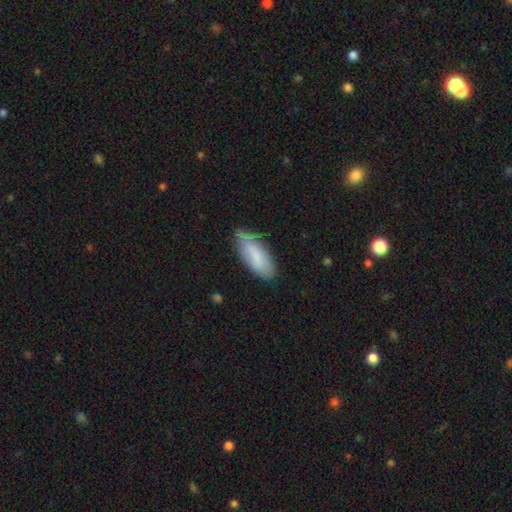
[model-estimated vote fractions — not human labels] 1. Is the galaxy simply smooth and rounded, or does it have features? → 80% smooth, 14% featured or disk, 6% star or artifact.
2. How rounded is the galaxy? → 79% in between, 19% cigar-shaped, 2% round.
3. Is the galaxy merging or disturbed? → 63% none, 29% minor disturbance, 5% major disturbance, 2% merger.